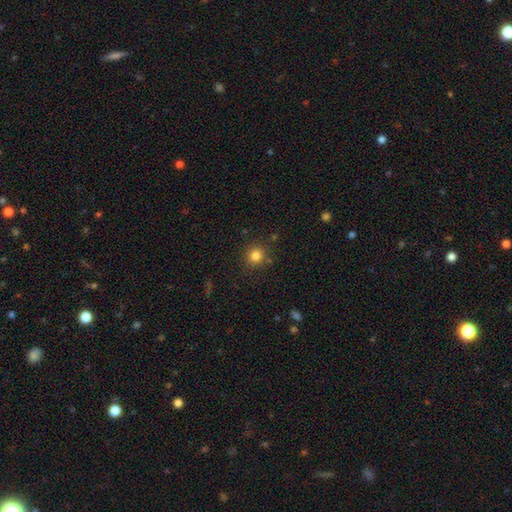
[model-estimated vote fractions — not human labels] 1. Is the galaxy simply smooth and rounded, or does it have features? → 82% smooth, 13% star or artifact, 6% featured or disk.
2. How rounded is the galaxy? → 89% round, 10% in between, 1% cigar-shaped.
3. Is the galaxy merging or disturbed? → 85% none, 9% minor disturbance, 4% merger, 3% major disturbance.